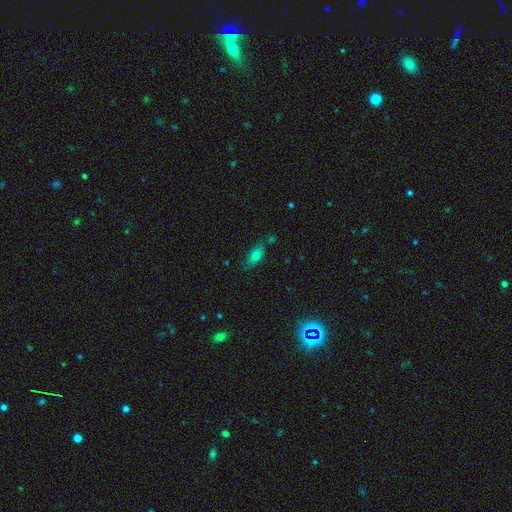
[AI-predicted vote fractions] Smooth or featured? Predicted: smooth (p=0.70). How rounded? Predicted: in between (p=0.80). Merging? Predicted: none (p=0.70).